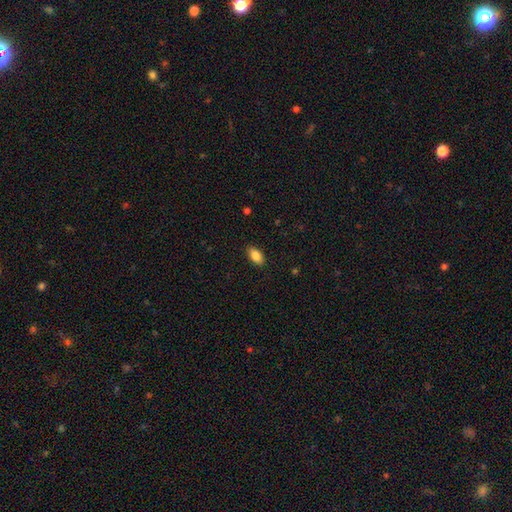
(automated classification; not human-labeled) Morphology: type=smooth (85%); roundness=in between (92%); merging=none (88%).